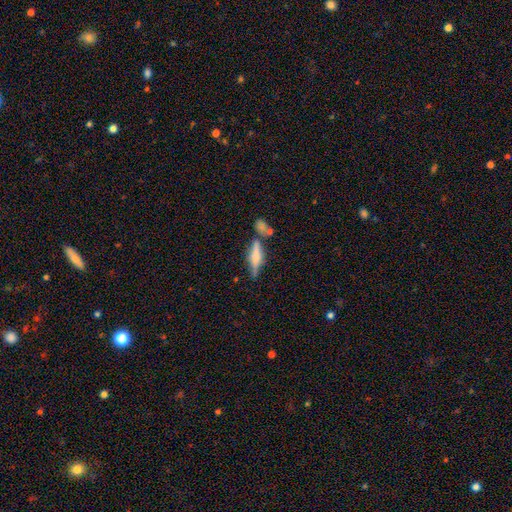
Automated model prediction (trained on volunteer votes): The model was most divided on "smooth or featured": featured or disk: 48%, smooth: 44%, star or artifact: 8%. More confident: merging — none (60%).